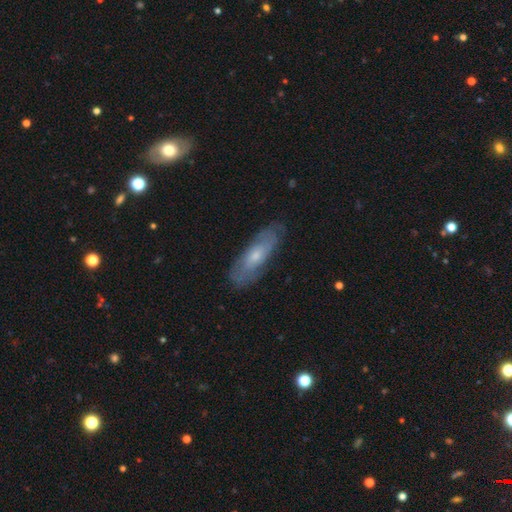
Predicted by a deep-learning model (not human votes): A featured or disk galaxy (54%). Merging: none (81%).